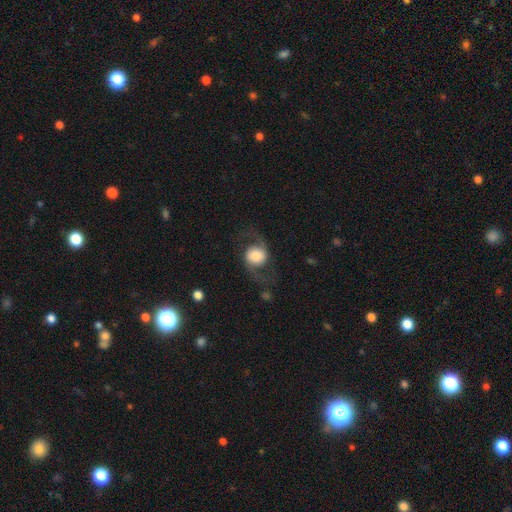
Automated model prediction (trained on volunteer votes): Morphology: type=featured or disk (66%); edge-on=no (96%); bar=no (66%); spiral arms=yes (89%); winding=loose (66%); arm count=2 (92%); bulge=large (36%); merging=none (67%).